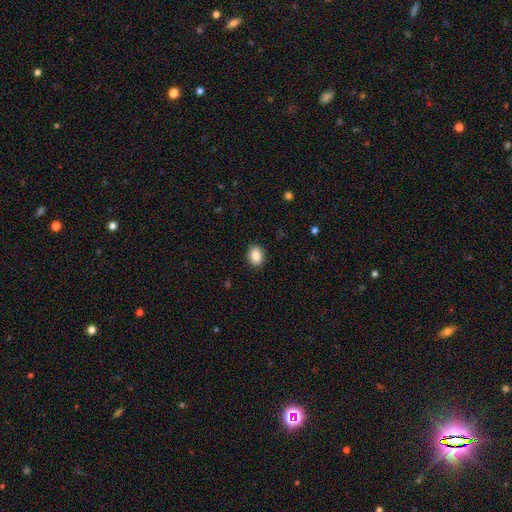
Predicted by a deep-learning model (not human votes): Smooth or featured? Predicted: smooth (p=0.88). How rounded? Predicted: in between (p=0.61). Merging? Predicted: none (p=0.89).